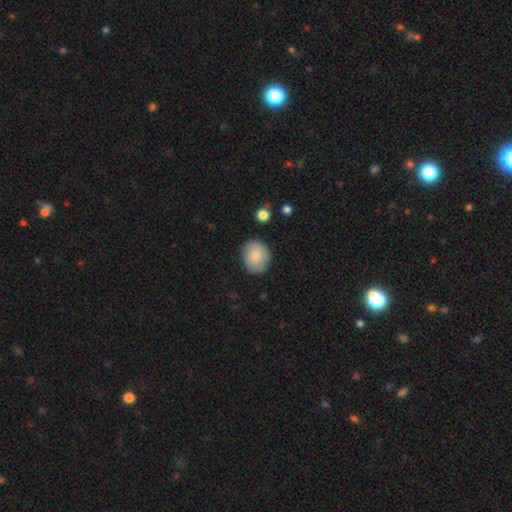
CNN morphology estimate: Overall: smooth (79%). How rounded: round (63%; in between 36%). Merging: none (82%).